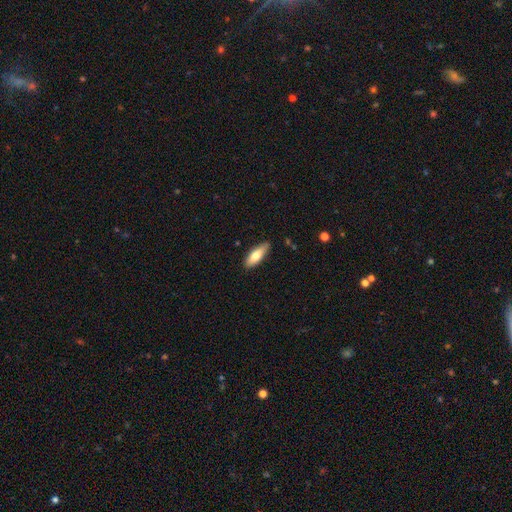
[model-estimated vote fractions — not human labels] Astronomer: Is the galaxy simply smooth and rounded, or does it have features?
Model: smooth — 74%.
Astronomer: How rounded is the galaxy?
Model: in between — 59% (runner-up: cigar-shaped, 39%).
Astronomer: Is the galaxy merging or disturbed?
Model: none — 85%.